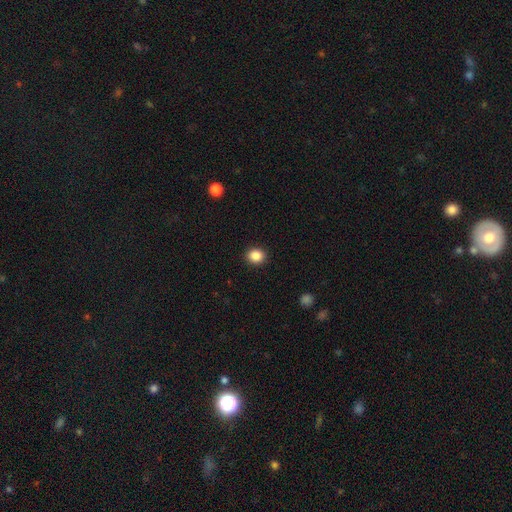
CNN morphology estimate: This appears to be a smooth galaxy with no disk features (87%) that is round (68%). Merging: none (91%).